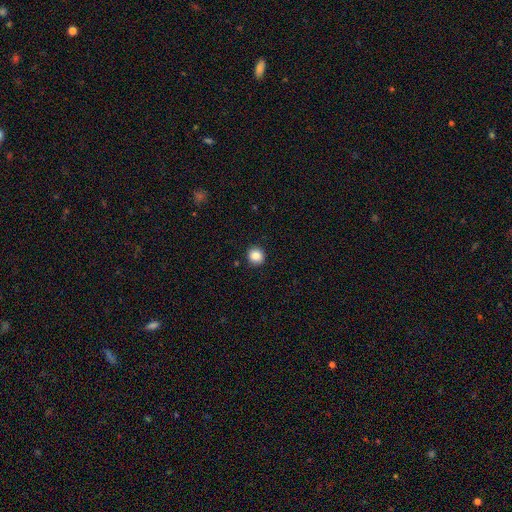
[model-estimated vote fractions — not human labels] smooth 86%, star or artifact 10%, featured or disk 4%. Down the decision tree: how rounded — round (92%); merging — none (91%).